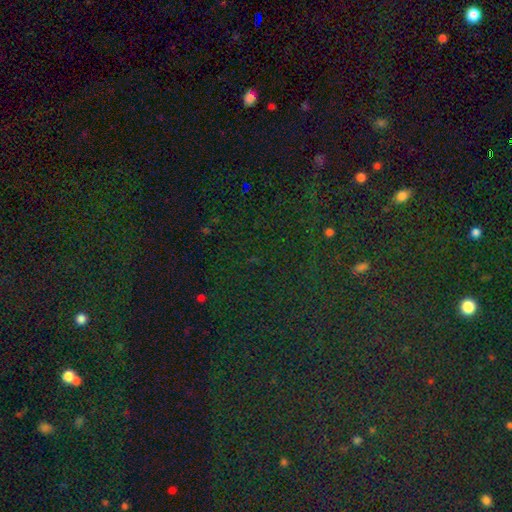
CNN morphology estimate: A star or artifact, not a galaxy (83%).

Vote fractions:
- Smooth or featured? star or artifact: 83% / smooth: 10% / featured or disk: 7%